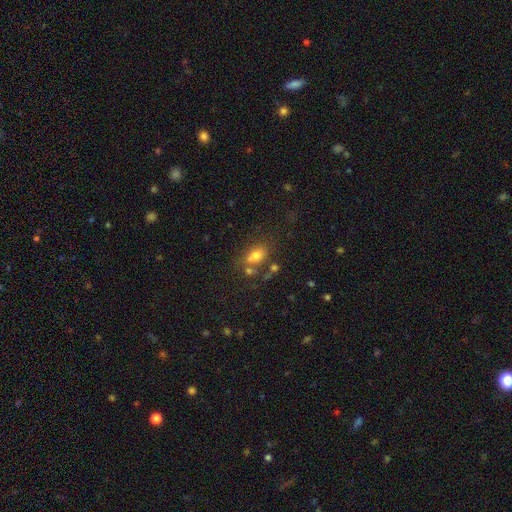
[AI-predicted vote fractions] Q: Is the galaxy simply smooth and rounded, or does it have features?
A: smooth — 73%.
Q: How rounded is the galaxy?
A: in between — 78%.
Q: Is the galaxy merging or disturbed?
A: none — 54%.